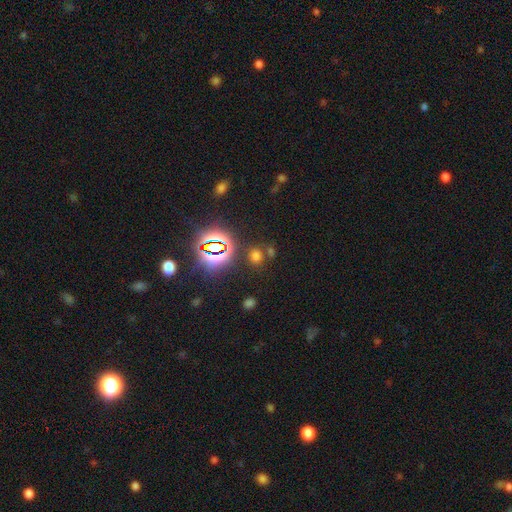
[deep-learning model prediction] smooth-or-featured: smooth: 50% | star or artifact: 43% | featured or disk: 7%
  merging: none: 73% | merger: 12% | minor disturbance: 10% | major disturbance: 5%